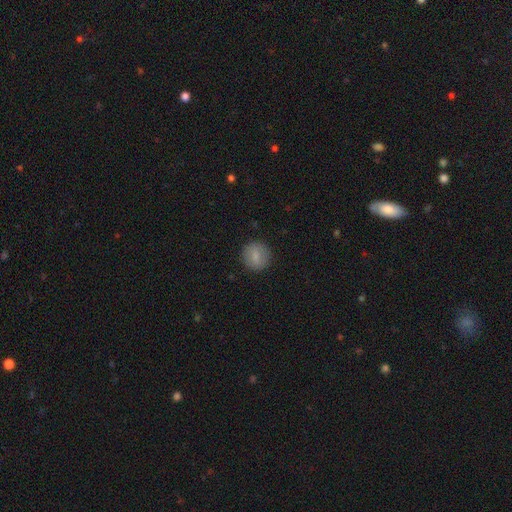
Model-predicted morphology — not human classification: A smooth galaxy with no disk features (80%) that is round (91%). Merging: none (89%).